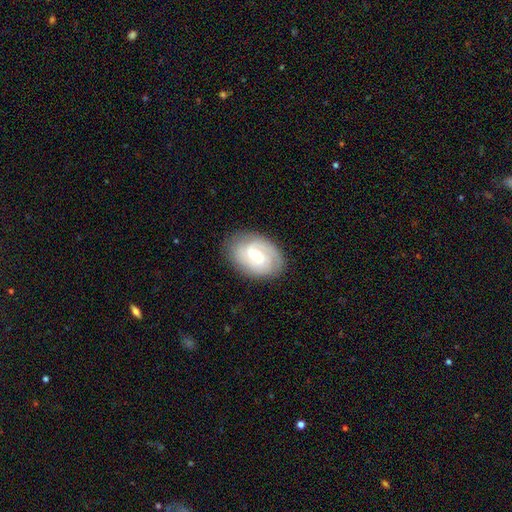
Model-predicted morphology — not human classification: smooth_or_featured: featured or disk (p=0.73) [alt: smooth p=0.21]
disk_edge_on: no (p=0.96) [alt: yes p=0.04]
bar: weak (p=0.47) [alt: no p=0.40]
has_spiral_arms: yes (p=0.91) [alt: no p=0.09]
spiral_winding: tight (p=0.53) [alt: medium p=0.36]
spiral_arm_count: 2 (p=0.42) [alt: can't tell p=0.25]
bulge_size: small (p=0.51) [alt: moderate p=0.44]
merging: none (p=0.81) [alt: minor disturbance p=0.13]